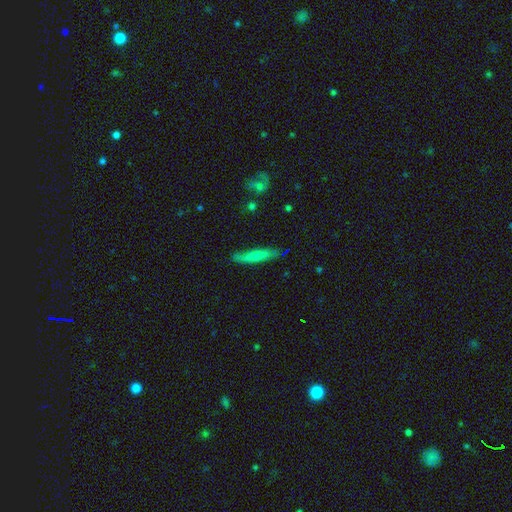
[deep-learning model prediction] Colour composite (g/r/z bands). It shows a smooth galaxy with no disk features (67%) that is cigar-shaped (89%). Merging: none (76%).